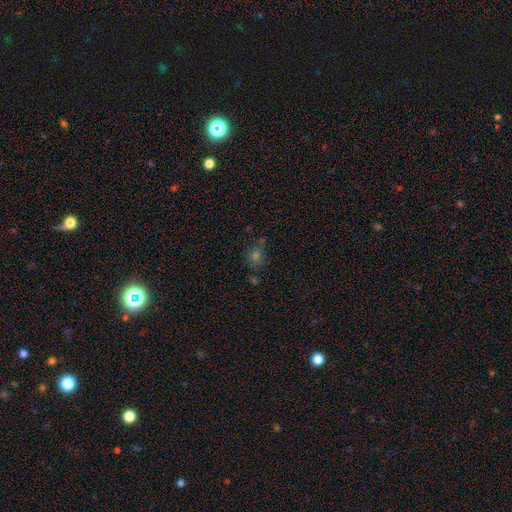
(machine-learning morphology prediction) Smooth or featured?
  - smooth: 55% *
  - star or artifact: 34%
  - featured or disk: 11%
How rounded?
  - round: 73% *
  - in between: 25%
  - cigar-shaped: 2%
Merging?
  - none: 71% *
  - minor disturbance: 14%
  - merger: 10%
  - major disturbance: 6%